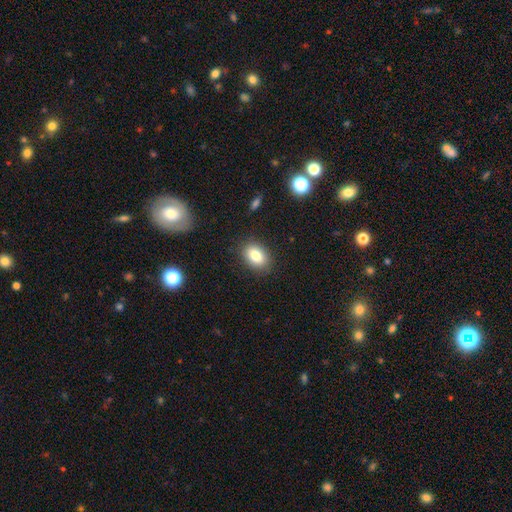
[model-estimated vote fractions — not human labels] Smooth or featured?
  - smooth: 82% *
  - featured or disk: 9%
  - star or artifact: 9%
How rounded?
  - in between: 80% *
  - round: 19%
  - cigar-shaped: 1%
Merging?
  - none: 86% *
  - minor disturbance: 10%
  - major disturbance: 3%
  - merger: 1%